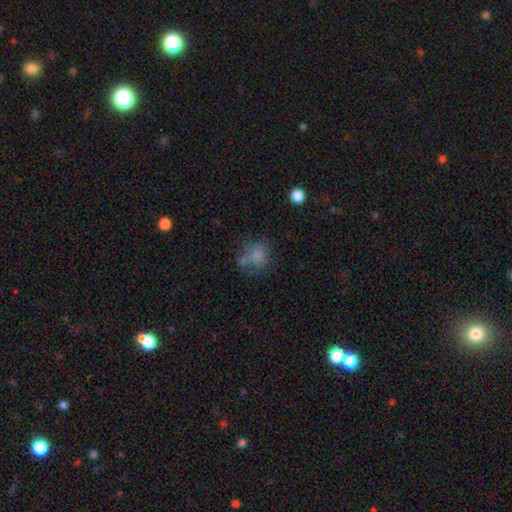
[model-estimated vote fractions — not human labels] A smooth galaxy with no disk features (72%) that is round (65%). Merging: none (50%).